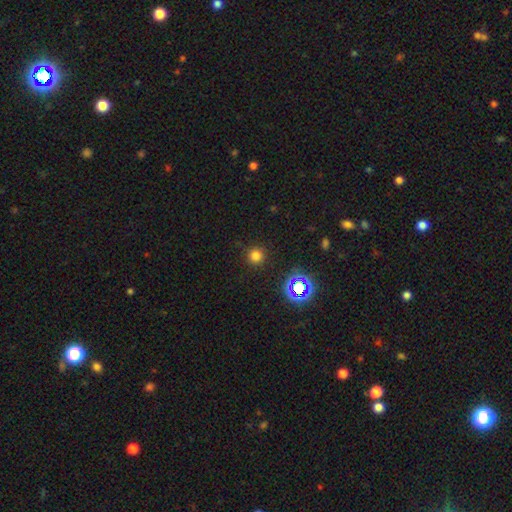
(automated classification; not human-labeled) Smooth or featured?
  - smooth: 73% *
  - star or artifact: 21%
  - featured or disk: 6%
How rounded?
  - round: 95% *
  - in between: 4%
  - cigar-shaped: 1%
Merging?
  - none: 89% *
  - minor disturbance: 7%
  - major disturbance: 3%
  - merger: 1%